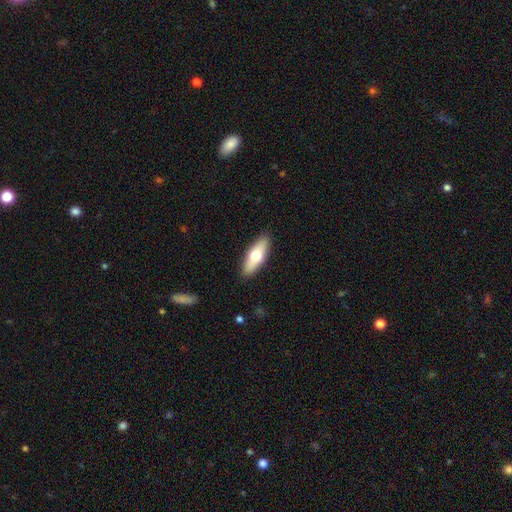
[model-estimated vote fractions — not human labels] A smooth galaxy with no disk features (61%) that is in between round and cigar-shaped (63%).

Vote fractions:
- Smooth or featured? smooth: 61% / featured or disk: 34% / star or artifact: 6%
- How rounded? in between: 63% / cigar-shaped: 35% / round: 3%
- Merging? none: 89% / minor disturbance: 8% / major disturbance: 2% / merger: 1%